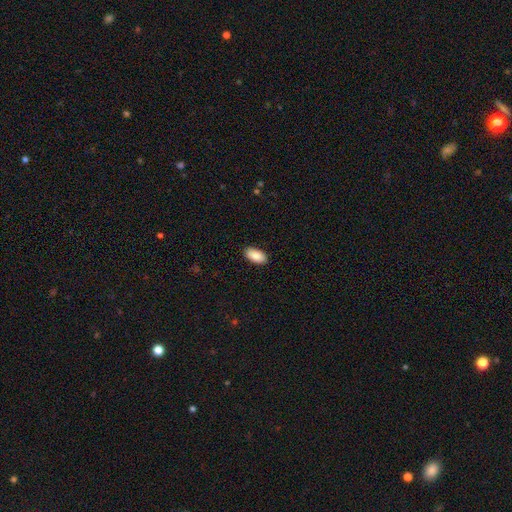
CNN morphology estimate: A smooth galaxy with no disk features (90%) that is in between round and cigar-shaped (95%). Merging: none (90%).